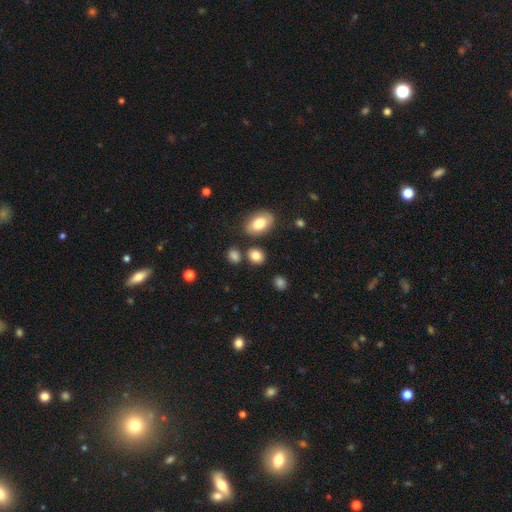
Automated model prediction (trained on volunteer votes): Smooth or featured? smooth (83%)
How rounded? in between (53%)
Merging? none (77%)